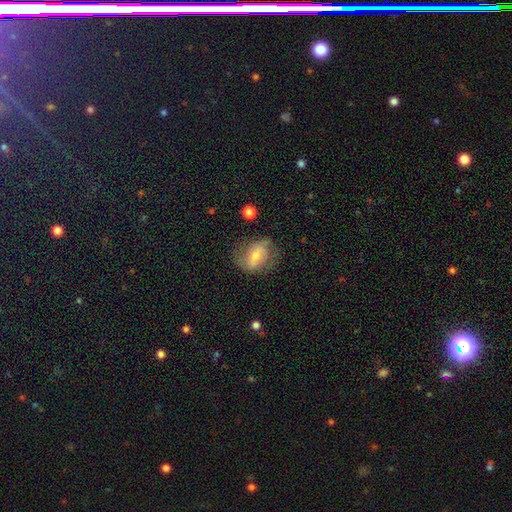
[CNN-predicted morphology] type=smooth (50%); roundness=in between (68%); merging=none (53%).